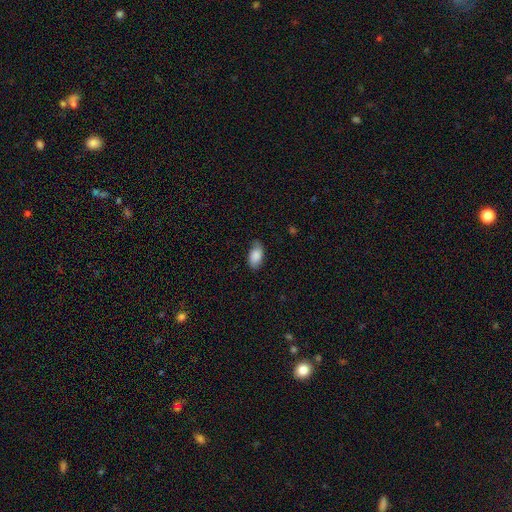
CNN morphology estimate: Smooth or featured? smooth (82%)
How rounded? in between (94%)
Merging? none (68%)